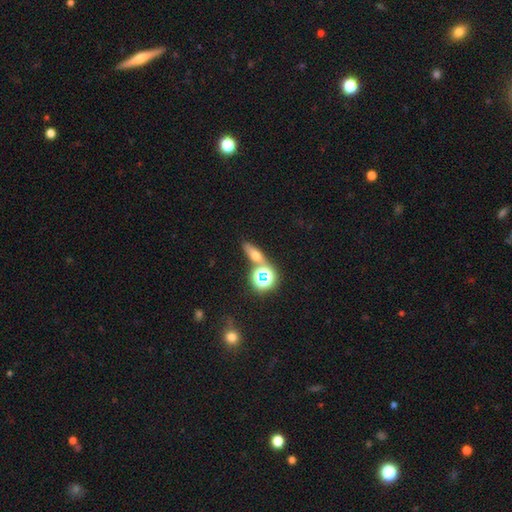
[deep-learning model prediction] This is possibly a smooth galaxy (48%). Merging: likely none (69%).